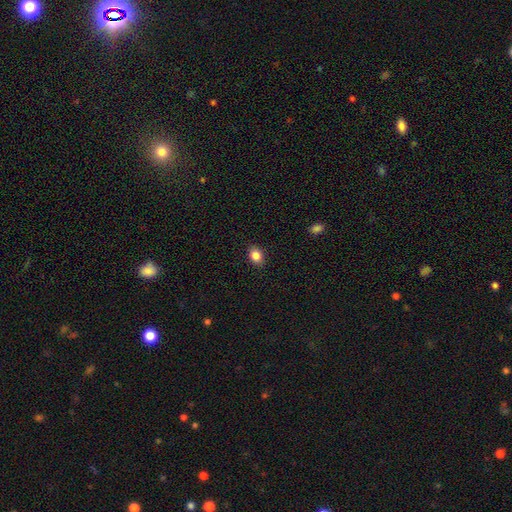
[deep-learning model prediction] smooth 85%, star or artifact 10%, featured or disk 5%. Down the decision tree: how rounded — in between (64%); merging — none (90%).